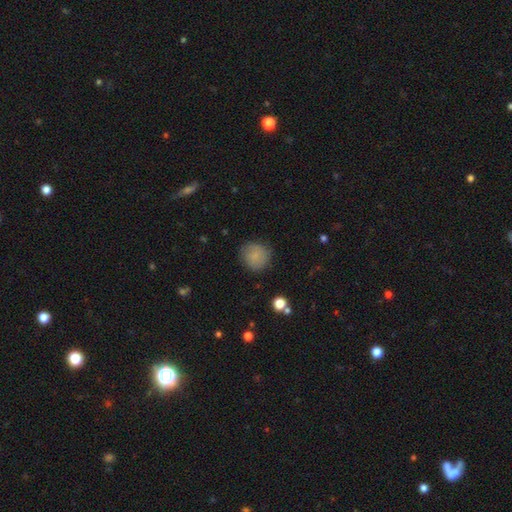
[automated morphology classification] Smooth or featured? Predicted: smooth (p=0.81). How rounded? Predicted: round (p=0.89). Merging? Predicted: none (p=0.80).